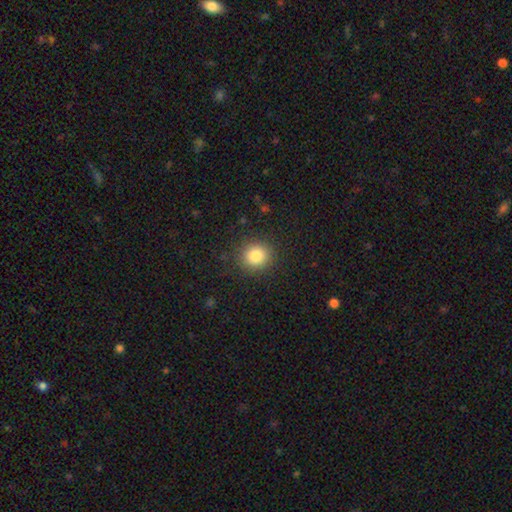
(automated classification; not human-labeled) smooth-or-featured: smooth: 84% | star or artifact: 11% | featured or disk: 6%
  how-rounded: round: 86% | in between: 13% | cigar-shaped: 1%
  merging: none: 89% | minor disturbance: 7% | major disturbance: 3% | merger: 1%